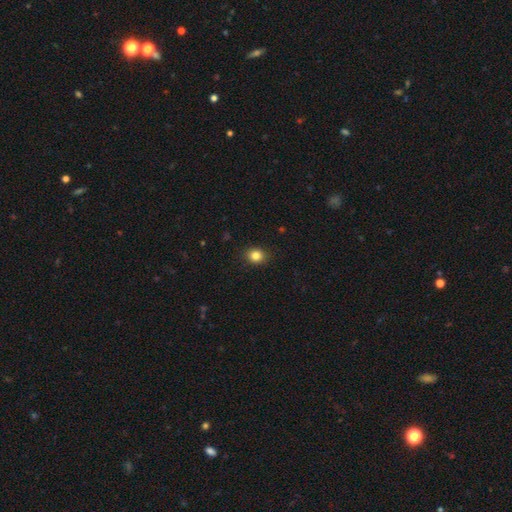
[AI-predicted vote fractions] Morphology: type=smooth (84%); roundness=round (64%); merging=none (89%).